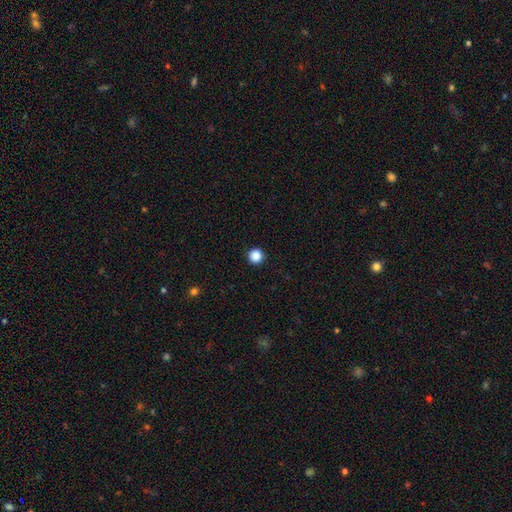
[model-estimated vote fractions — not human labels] smooth-or-featured: smooth: 88% | star or artifact: 10% | featured or disk: 2%
  how-rounded: round: 96% | in between: 3% | cigar-shaped: 1%
  merging: none: 93% | minor disturbance: 4% | major disturbance: 2% | merger: 1%